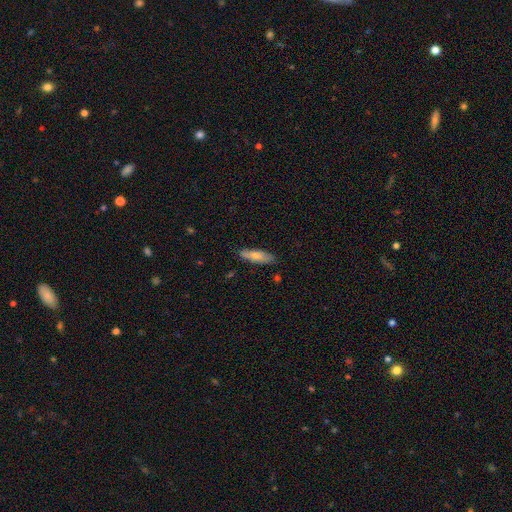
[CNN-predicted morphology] Overall: smooth (76%). How rounded: cigar-shaped (58%; in between 40%). Merging: none (82%).